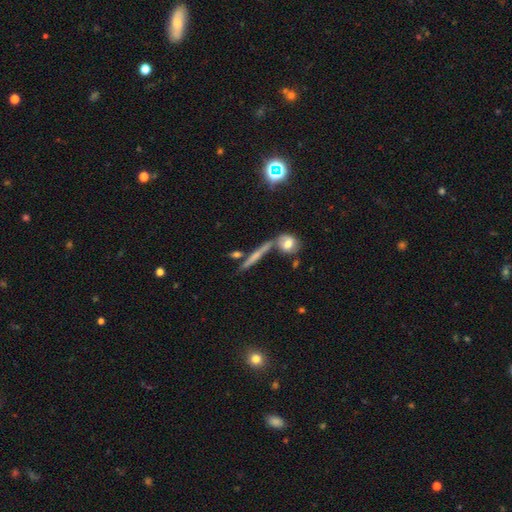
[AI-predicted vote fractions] Q: Smooth or featured?
A: featured or disk (49%); runner-up: smooth (39%)
Q: Merging?
A: none (65%); runner-up: merger (17%)